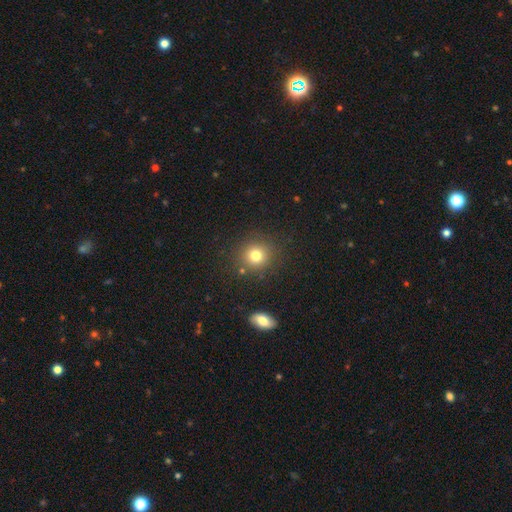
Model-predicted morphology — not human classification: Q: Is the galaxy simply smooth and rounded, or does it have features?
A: smooth — 79%.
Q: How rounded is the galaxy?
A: round — 86%.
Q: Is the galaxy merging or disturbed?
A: none — 84%.